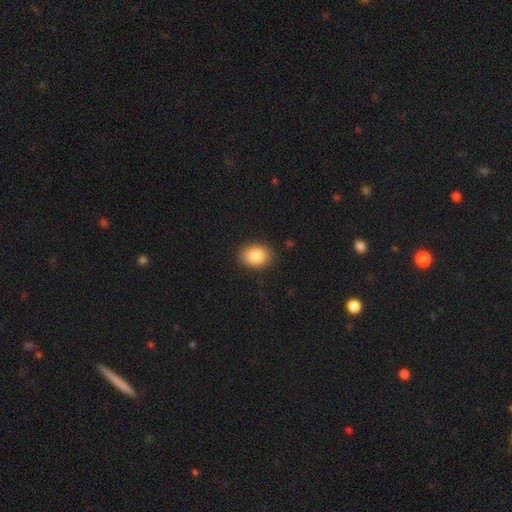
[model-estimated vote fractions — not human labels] The model was most divided on "how rounded": in between: 52%, round: 47%, cigar-shaped: 1%. More confident: merging — none (90%); smooth or featured — smooth (84%).